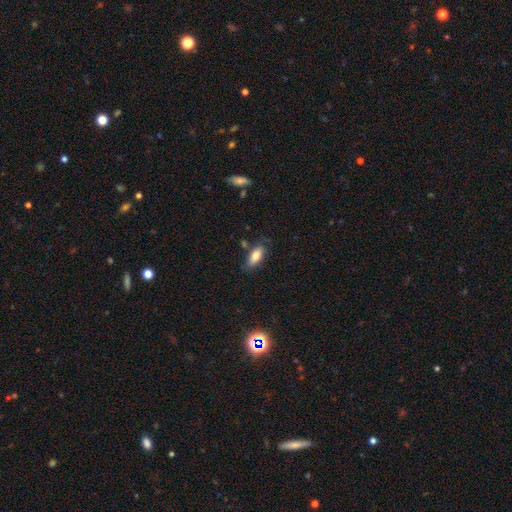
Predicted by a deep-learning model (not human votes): The model was most divided on "merging": none: 73%, minor disturbance: 19%, major disturbance: 4%, merger: 4%. More confident: how rounded — in between (78%); smooth or featured — smooth (77%).